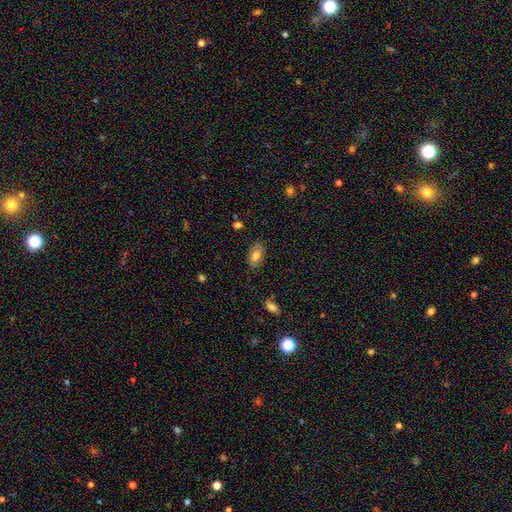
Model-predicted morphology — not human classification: Smooth or featured? smooth (78%)
How rounded? in between (92%)
Merging? none (81%)